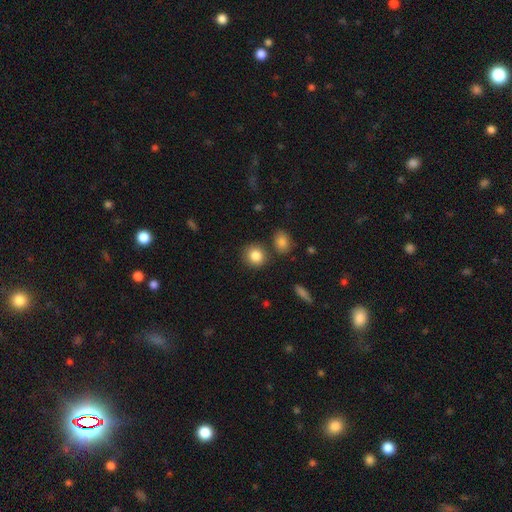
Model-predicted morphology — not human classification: smooth_or_featured: smooth (p=0.86) [alt: star or artifact p=0.09]
how_rounded: round (p=0.83) [alt: in between p=0.16]
merging: none (p=0.79) [alt: merger p=0.09]